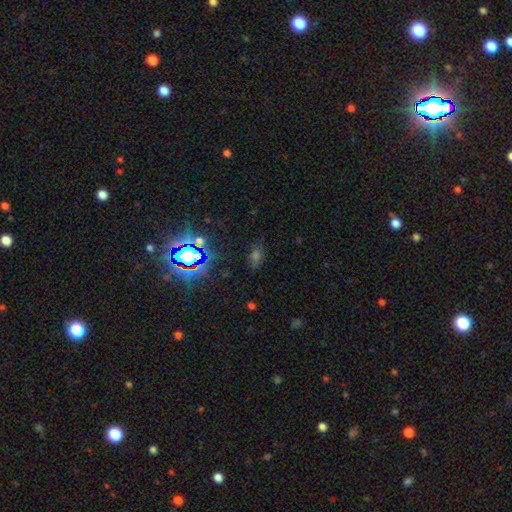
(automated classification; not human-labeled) Overall: star or artifact (50%; smooth 37%).